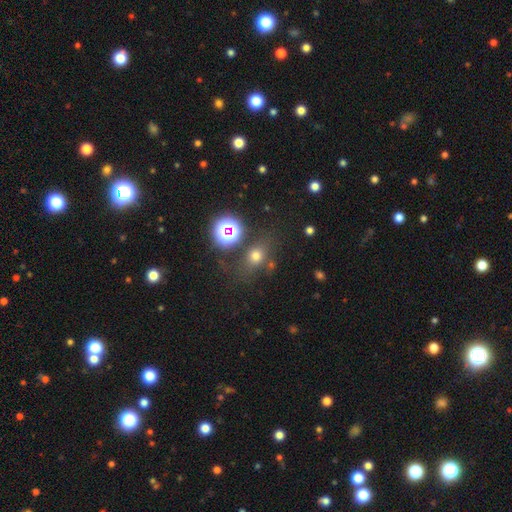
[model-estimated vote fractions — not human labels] Overall: smooth (64%; star or artifact 25%). How rounded: round (58%; in between 40%). Merging: none (69%).